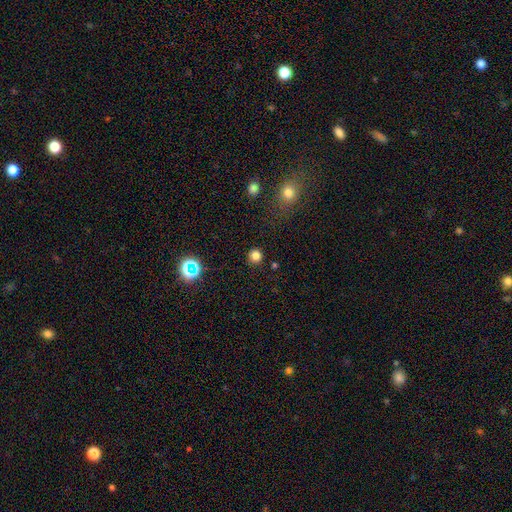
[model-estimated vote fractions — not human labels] smooth-or-featured: smooth: 79% | star or artifact: 16% | featured or disk: 5%
  how-rounded: round: 94% | in between: 5% | cigar-shaped: 1%
  merging: none: 90% | minor disturbance: 6% | major disturbance: 2% | merger: 2%